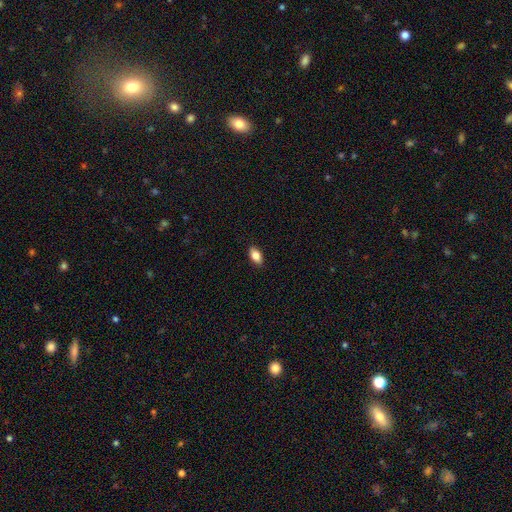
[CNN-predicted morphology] Smooth or featured: smooth — 83% (featured or disk — 9%)
How rounded: in between — 90% (round — 5%)
Merging: none — 89% (minor disturbance — 8%)